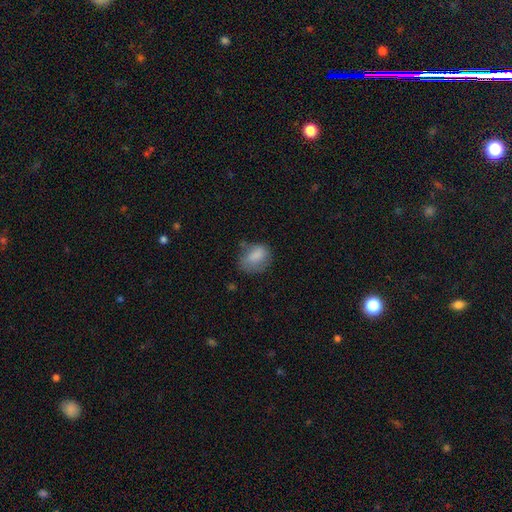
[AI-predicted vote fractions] A smooth galaxy with no disk features (77%) that is in between round and cigar-shaped (70%).

Vote fractions:
- Smooth or featured? smooth: 77% / featured or disk: 14% / star or artifact: 9%
- How rounded? in between: 70% / round: 28% / cigar-shaped: 2%
- Merging? none: 46% / minor disturbance: 33% / major disturbance: 18% / merger: 3%